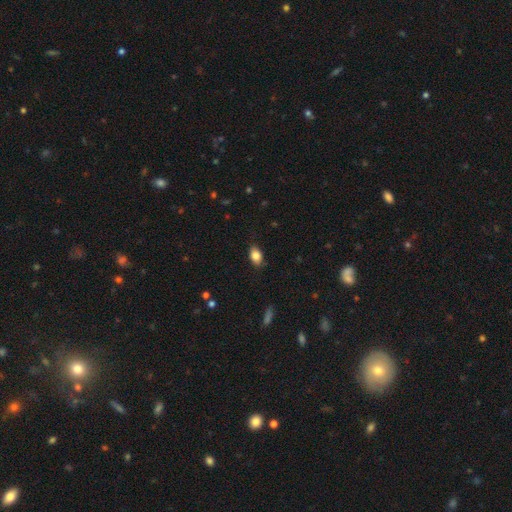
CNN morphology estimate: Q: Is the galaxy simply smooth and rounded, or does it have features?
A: smooth — 85%.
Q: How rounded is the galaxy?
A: in between — 87%.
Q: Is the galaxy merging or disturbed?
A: none — 81%.